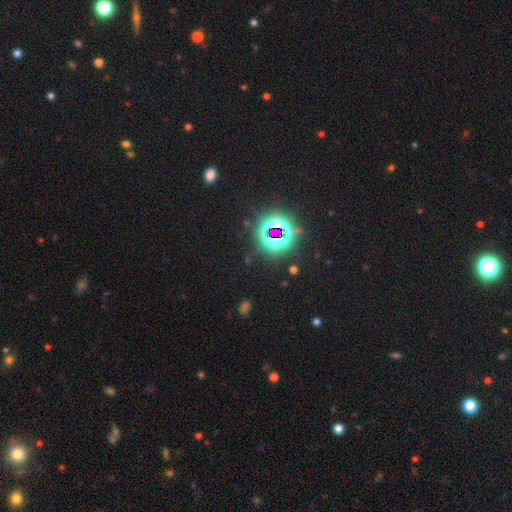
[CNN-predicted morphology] This is clearly a star or artifact rather than a galaxy (82%).